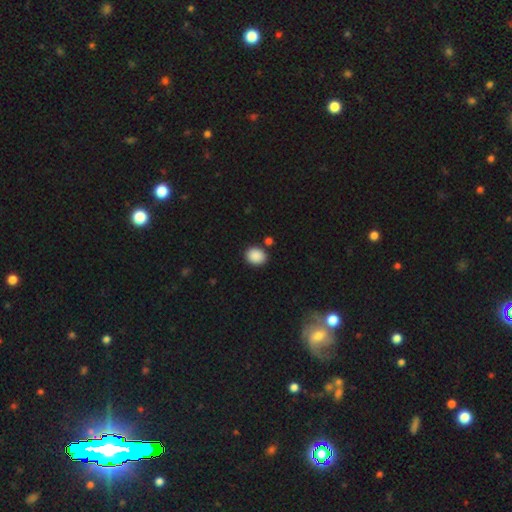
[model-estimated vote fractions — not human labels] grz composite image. It shows a smooth galaxy with no disk features (89%) that is round (55%). Merging: none (85%).